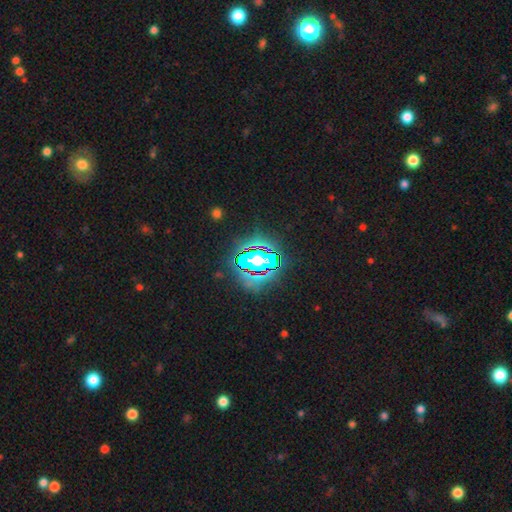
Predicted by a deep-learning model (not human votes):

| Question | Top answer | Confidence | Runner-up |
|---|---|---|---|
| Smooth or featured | star or artifact | 83% | smooth (10%) |